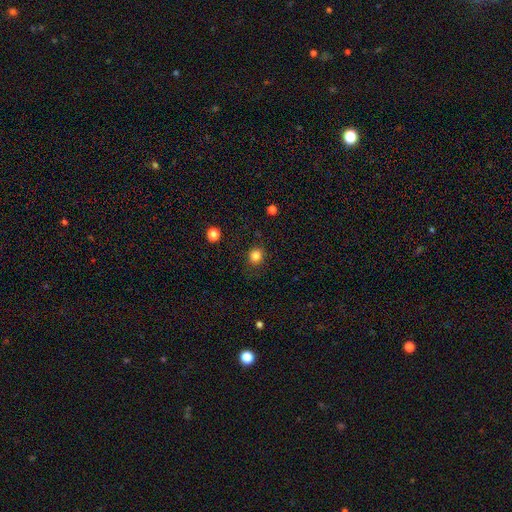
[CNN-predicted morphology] smooth_or_featured: smooth (p=0.83) [alt: star or artifact p=0.12]
how_rounded: round (p=0.87) [alt: in between p=0.13]
merging: none (p=0.87) [alt: minor disturbance p=0.09]